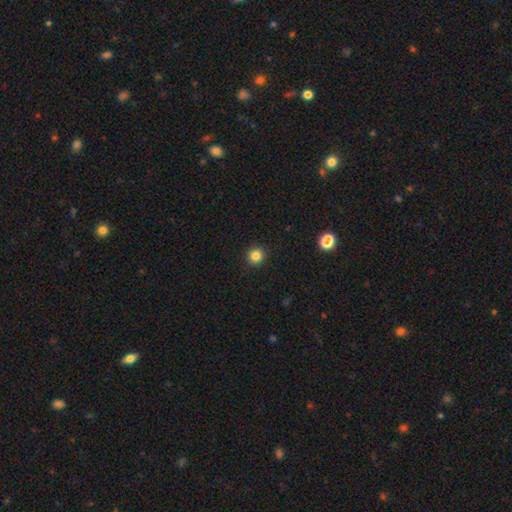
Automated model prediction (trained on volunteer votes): Smooth or featured? Predicted: smooth (p=0.85). How rounded? Predicted: round (p=0.94). Merging? Predicted: none (p=0.93).